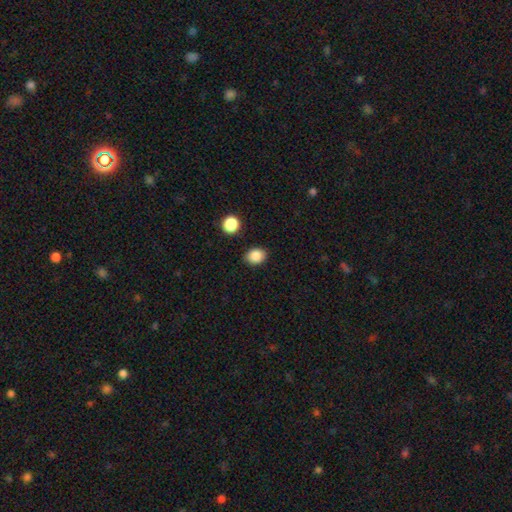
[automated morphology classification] Overall: smooth (86%). How rounded: in between (54%; round 45%). Merging: none (85%).